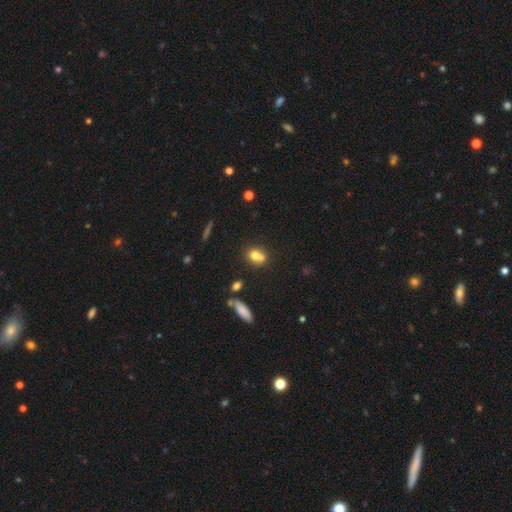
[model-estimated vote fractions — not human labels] smooth_or_featured: smooth (p=0.70) [alt: featured or disk p=0.18]
how_rounded: round (p=0.58) [alt: in between p=0.40]
merging: merger (p=0.48) [alt: none p=0.37]